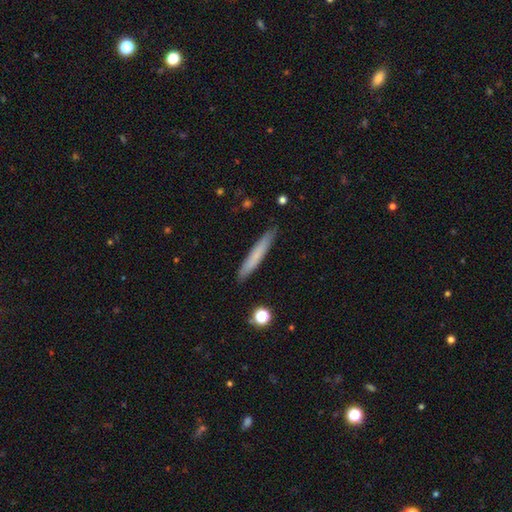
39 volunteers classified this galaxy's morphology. This is likely a smooth galaxy (79%). How rounded: clearly cigar-shaped (100%). Merging: clearly none (87%).